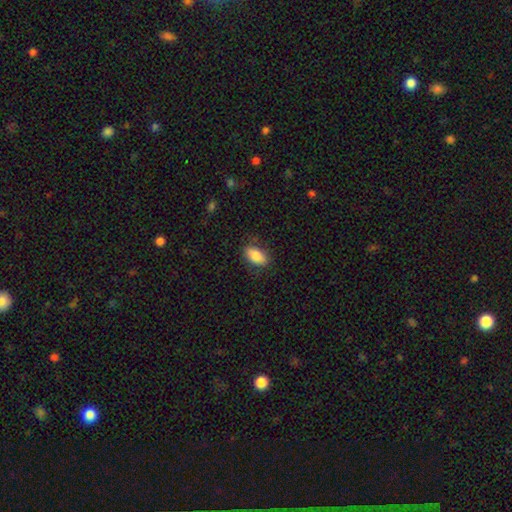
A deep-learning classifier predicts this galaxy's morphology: The model was most divided on "merging": none: 81%, minor disturbance: 14%, major disturbance: 4%, merger: 1%. More confident: how rounded — in between (90%); smooth or featured — smooth (83%).